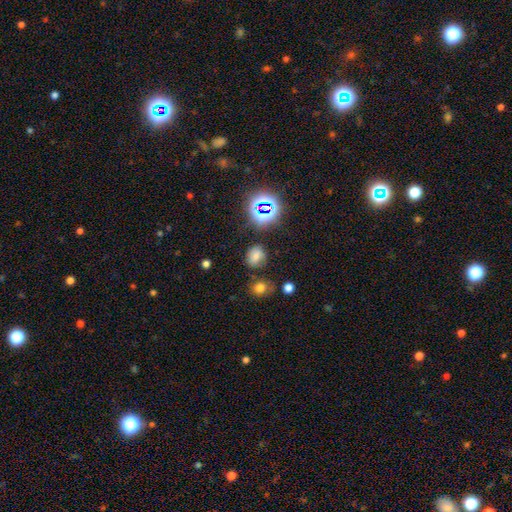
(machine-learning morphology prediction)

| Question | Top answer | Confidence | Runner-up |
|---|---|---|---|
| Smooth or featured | smooth | 66% | star or artifact (25%) |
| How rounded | round | 55% | in between (44%) |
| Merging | none | 75% | minor disturbance (16%) |